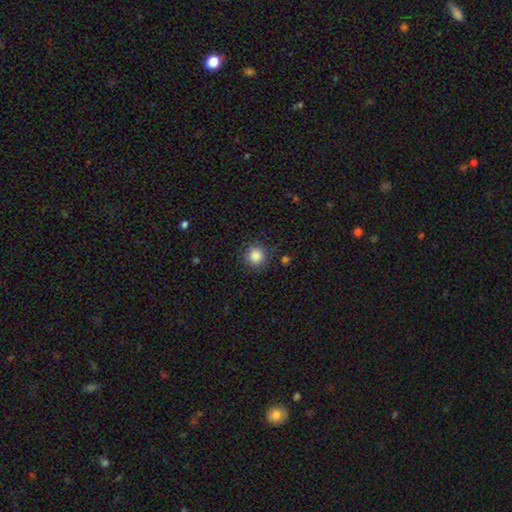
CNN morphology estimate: This is clearly a smooth galaxy (86%). How rounded: clearly round (92%). Merging: clearly none (87%).